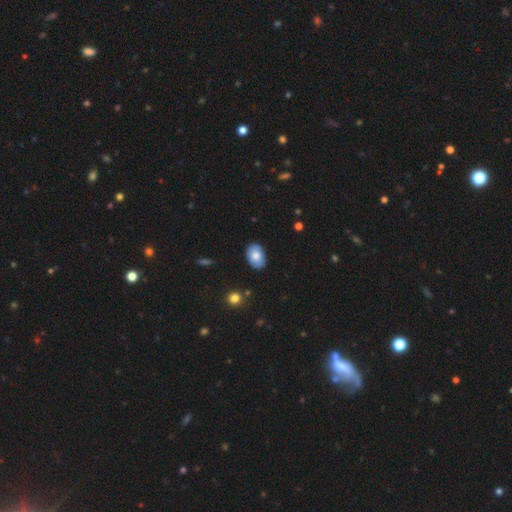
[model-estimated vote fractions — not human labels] smooth_or_featured: smooth (p=0.80) [alt: featured or disk p=0.13]
how_rounded: in between (p=0.87) [alt: round p=0.12]
merging: none (p=0.85) [alt: minor disturbance p=0.12]